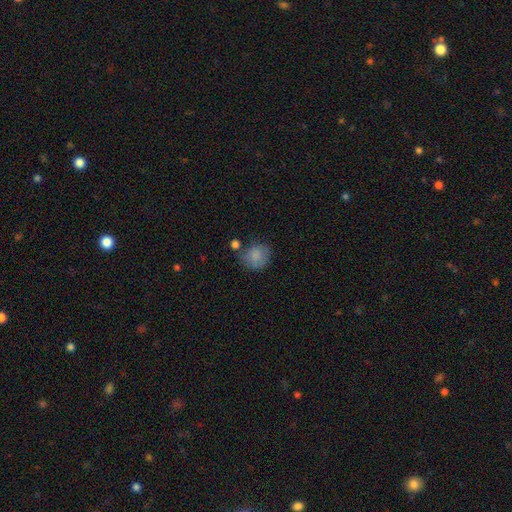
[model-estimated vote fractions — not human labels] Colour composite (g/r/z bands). It shows a smooth galaxy with no disk features (80%) that is round (74%). Merging: none (55%).